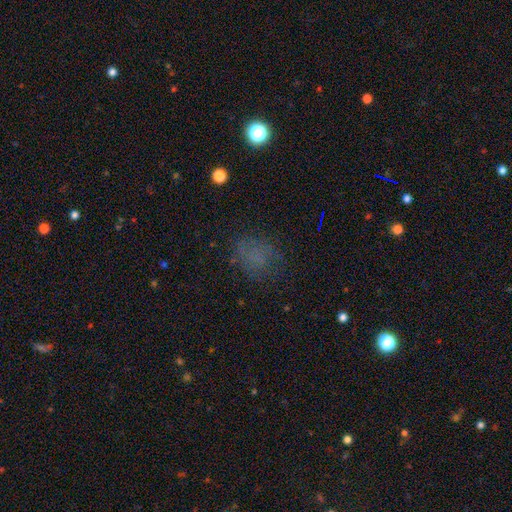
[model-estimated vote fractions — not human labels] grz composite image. It shows a smooth galaxy with no disk features (60%) that is round (59%). Merging: none (68%).